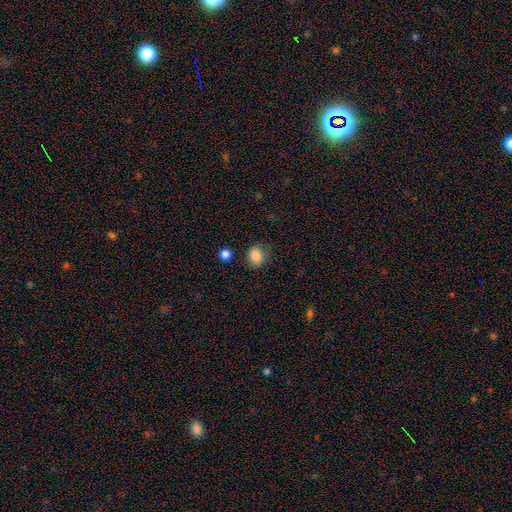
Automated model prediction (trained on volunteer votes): Smooth or featured: smooth — 85% (star or artifact — 9%)
How rounded: round — 64% (in between — 35%)
Merging: none — 75% (minor disturbance — 17%)